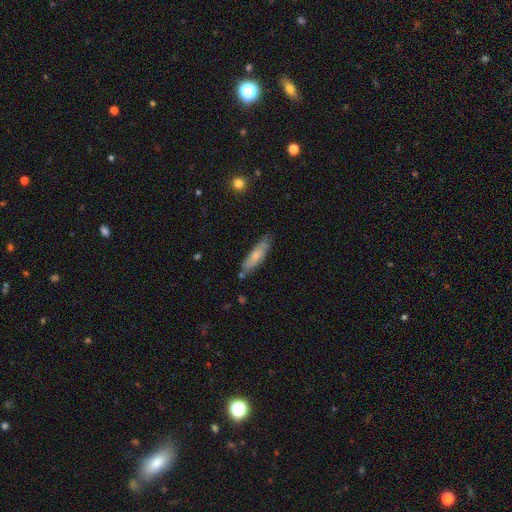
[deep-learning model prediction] A smooth galaxy with no disk features (67%) that is cigar-shaped (64%). Merging: none (71%).